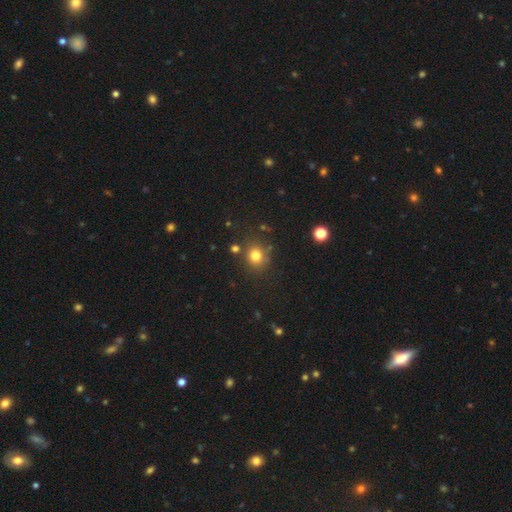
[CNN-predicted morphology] Smooth or featured? smooth (78%)
How rounded? round (82%)
Merging? none (79%)